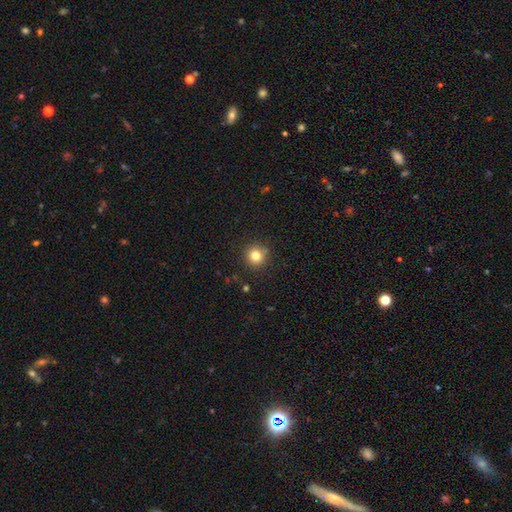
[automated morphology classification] smooth 80%, star or artifact 13%, featured or disk 7%. Down the decision tree: how rounded — round (94%); merging — none (90%).